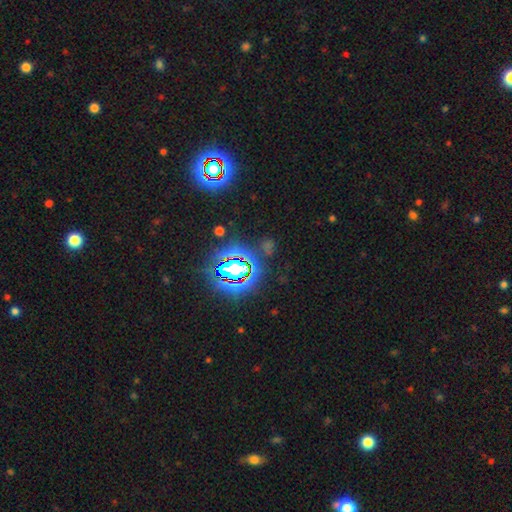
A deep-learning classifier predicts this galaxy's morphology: This appears to be a star or artifact, not a galaxy (80%).